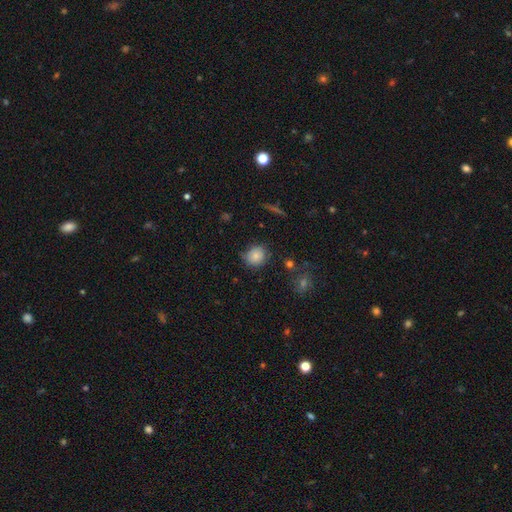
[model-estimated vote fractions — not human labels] This appears to be a smooth galaxy with no disk features (80%) that is round (80%). Merging: none (71%).